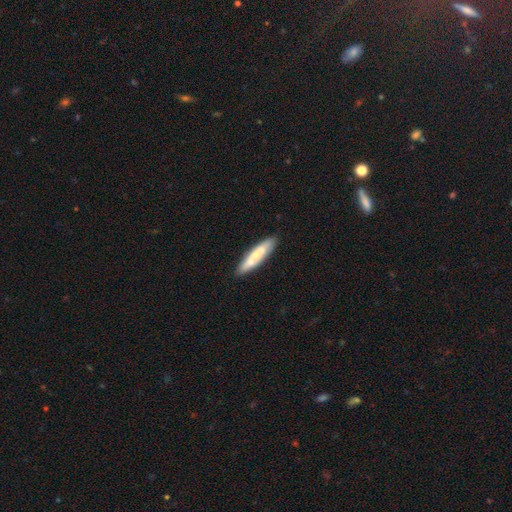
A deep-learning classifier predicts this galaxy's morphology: A smooth galaxy with no disk features (55%) that is cigar-shaped (78%). Merging: none (74%).